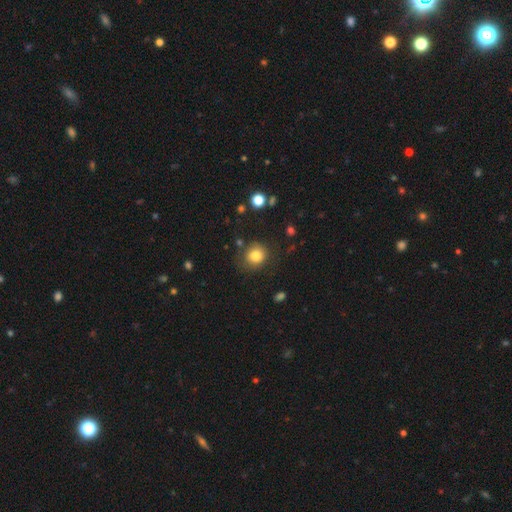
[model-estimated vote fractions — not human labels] Smooth or featured?
  - smooth: 81% *
  - star or artifact: 11%
  - featured or disk: 8%
How rounded?
  - round: 82% *
  - in between: 17%
  - cigar-shaped: 1%
Merging?
  - none: 77% *
  - minor disturbance: 14%
  - major disturbance: 5%
  - merger: 3%